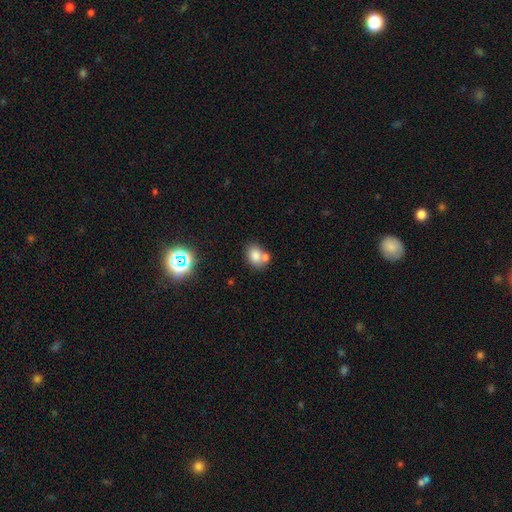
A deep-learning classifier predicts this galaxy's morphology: smooth_or_featured: smooth (p=0.76) [alt: star or artifact p=0.12]
how_rounded: in between (p=0.65) [alt: round p=0.34]
merging: none (p=0.50) [alt: merger p=0.34]